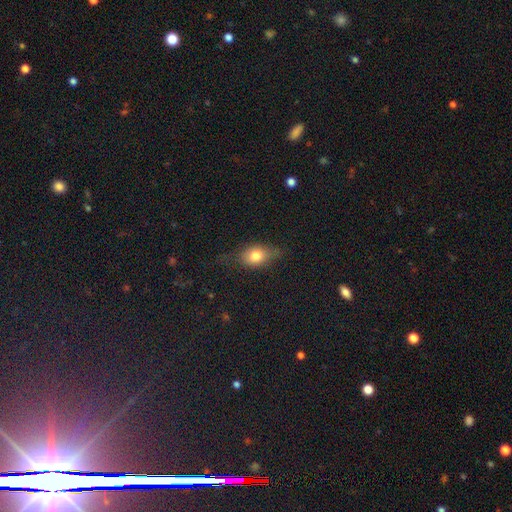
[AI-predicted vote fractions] Smooth or featured? smooth (73%)
How rounded? in between (69%)
Merging? none (61%)